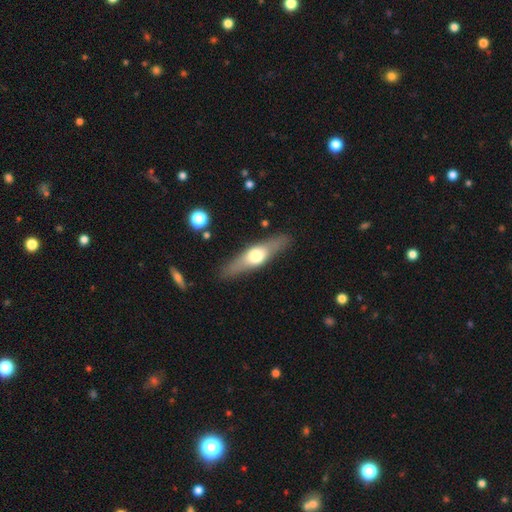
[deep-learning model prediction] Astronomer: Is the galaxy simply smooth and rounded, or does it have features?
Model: featured or disk — 53% (runner-up: smooth, 41%).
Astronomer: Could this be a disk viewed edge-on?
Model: yes — 86%.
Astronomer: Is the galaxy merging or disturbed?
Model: none — 86%.